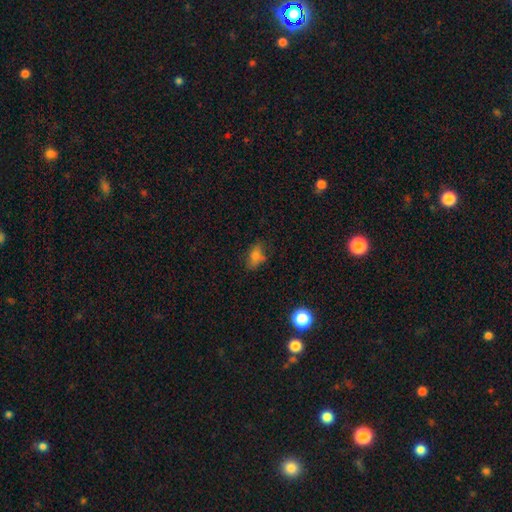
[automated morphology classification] Smooth or featured? smooth (74%)
How rounded? in between (82%)
Merging? none (60%)